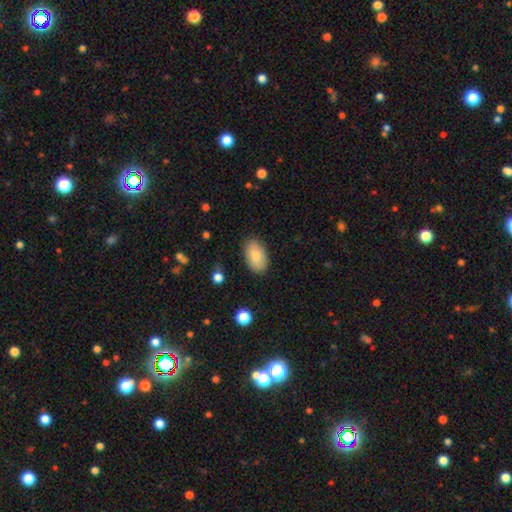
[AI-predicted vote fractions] Morphology: type=smooth (82%); roundness=in between (93%); merging=none (84%).